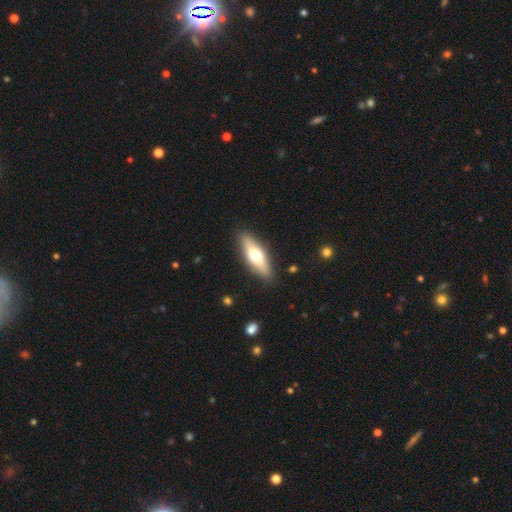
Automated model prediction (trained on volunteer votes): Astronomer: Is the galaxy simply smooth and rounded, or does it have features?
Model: smooth — 53% (runner-up: featured or disk, 41%).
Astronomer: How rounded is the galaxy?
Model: in between — 50% (runner-up: cigar-shaped, 48%).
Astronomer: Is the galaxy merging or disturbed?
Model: none — 88%.